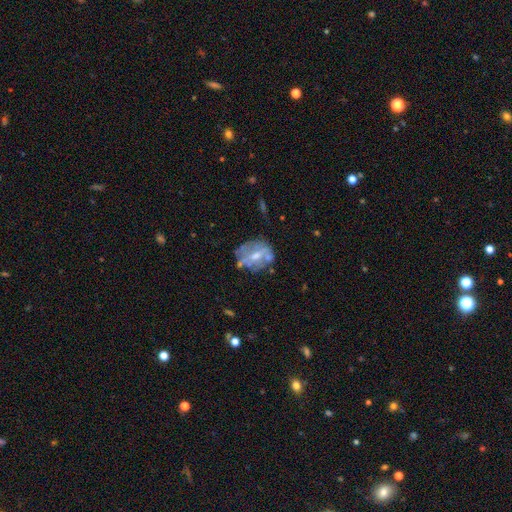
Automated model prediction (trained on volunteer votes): Smooth or featured: featured or disk — 60% (smooth — 29%)
Edge-on disk: no — 95% (yes — 5%)
Bar: no — 53% (weak — 33%)
Spiral arms: no — 74% (yes — 26%)
Bulge size: moderate — 55% (small — 36%)
Merging: none — 54% (minor disturbance — 23%)